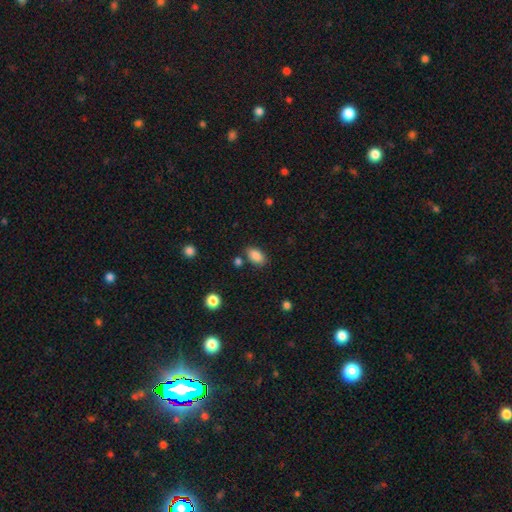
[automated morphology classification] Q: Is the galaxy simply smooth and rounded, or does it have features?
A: smooth — 87%.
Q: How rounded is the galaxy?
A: in between — 90%.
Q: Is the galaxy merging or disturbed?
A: none — 78%.